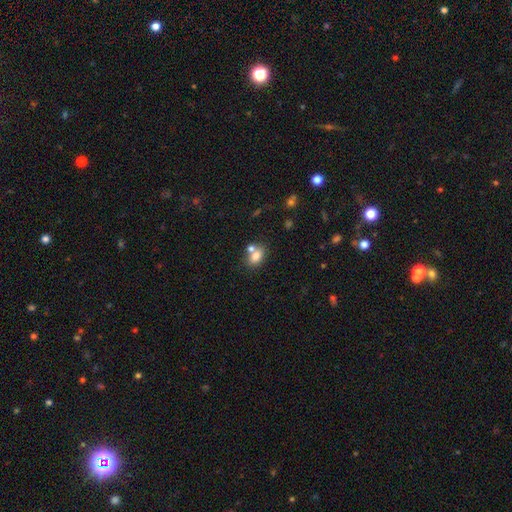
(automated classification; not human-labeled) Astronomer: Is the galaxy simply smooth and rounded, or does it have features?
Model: smooth — 77%.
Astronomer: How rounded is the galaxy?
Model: in between — 77%.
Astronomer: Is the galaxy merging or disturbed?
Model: none — 46% (runner-up: merger, 37%).